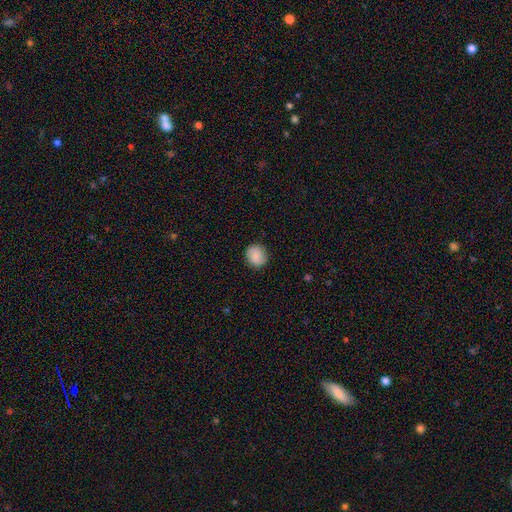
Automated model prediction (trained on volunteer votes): Overall: smooth (86%). How rounded: round (83%). Merging: none (87%).